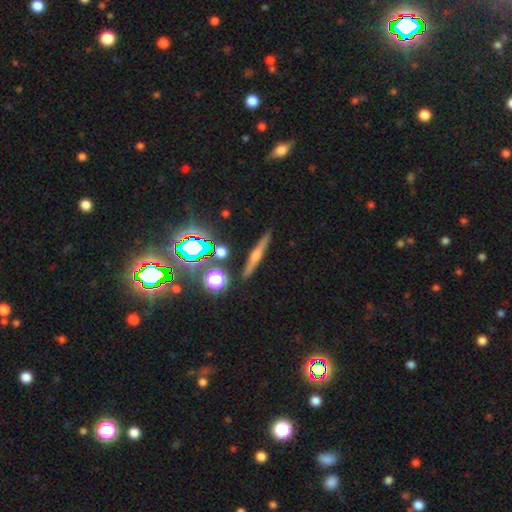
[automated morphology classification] Smooth or featured? Predicted: featured or disk (p=0.57). Edge-on disk? Predicted: yes (p=0.95). Edge-on bulge? Predicted: rounded (p=0.85). Merging? Predicted: none (p=0.89).